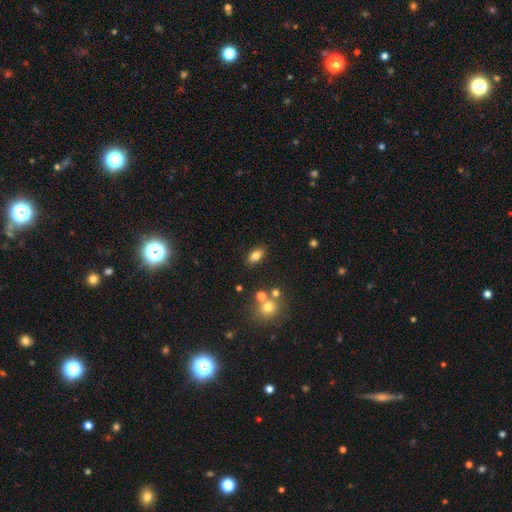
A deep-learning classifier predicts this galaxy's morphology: This is likely a smooth galaxy (80%). How rounded: clearly in between (87%). Merging: clearly none (81%).